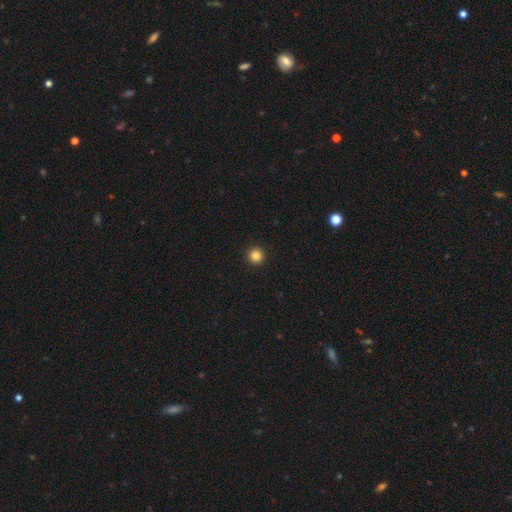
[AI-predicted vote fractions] smooth-or-featured: smooth: 85% | star or artifact: 11% | featured or disk: 3%
  how-rounded: round: 96% | in between: 3% | cigar-shaped: 1%
  merging: none: 94% | minor disturbance: 4% | major disturbance: 1% | merger: 1%